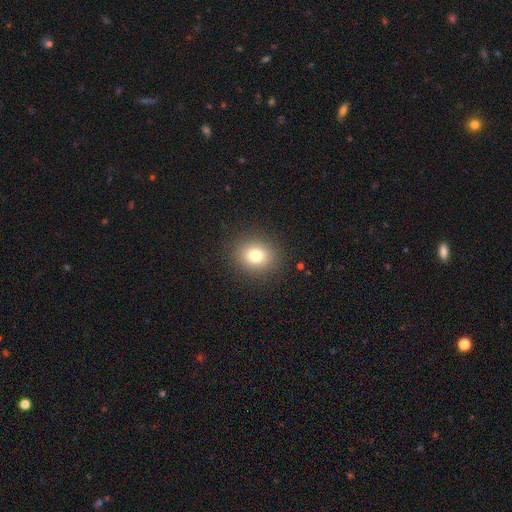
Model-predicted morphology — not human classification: smooth 78%, star or artifact 13%, featured or disk 9%. Down the decision tree: how rounded — round (74%); merging — none (89%).